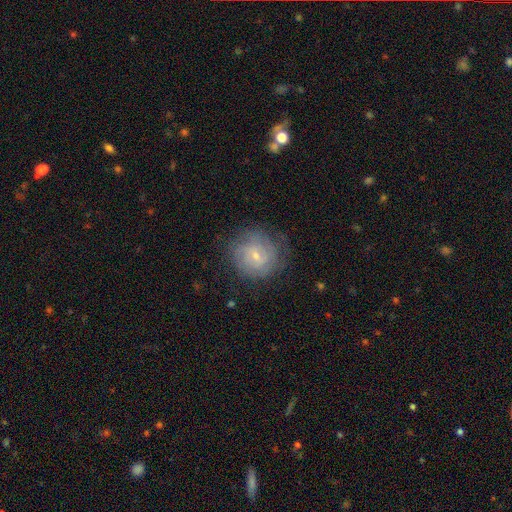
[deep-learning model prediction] featured or disk 65%, smooth 27%, star or artifact 8%. Down the decision tree: edge-on disk — no (97%); bar — no (48%); spiral arms — yes (87%); spiral arm count — can't tell (48%); spiral winding — tight (66%); bulge size — small (71%); merging — none (75%).